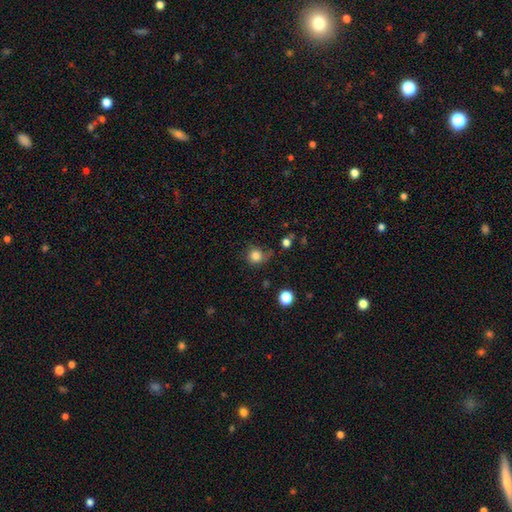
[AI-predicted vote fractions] smooth 82%, star or artifact 11%, featured or disk 7%. Down the decision tree: how rounded — round (89%); merging — none (63%).